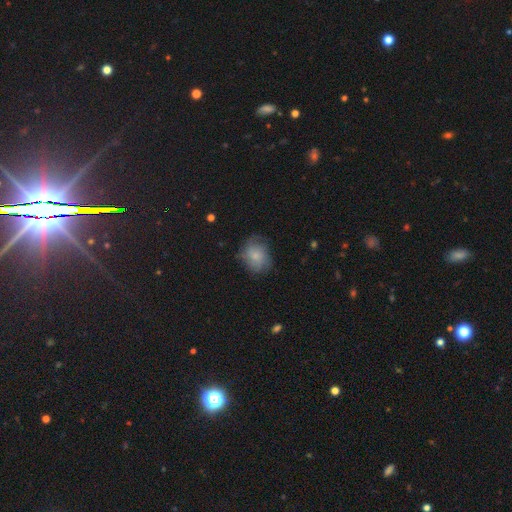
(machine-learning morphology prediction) Q: Smooth or featured?
A: smooth (68%); runner-up: featured or disk (24%)
Q: How rounded?
A: round (56%); runner-up: in between (43%)
Q: Merging?
A: none (63%); runner-up: minor disturbance (25%)